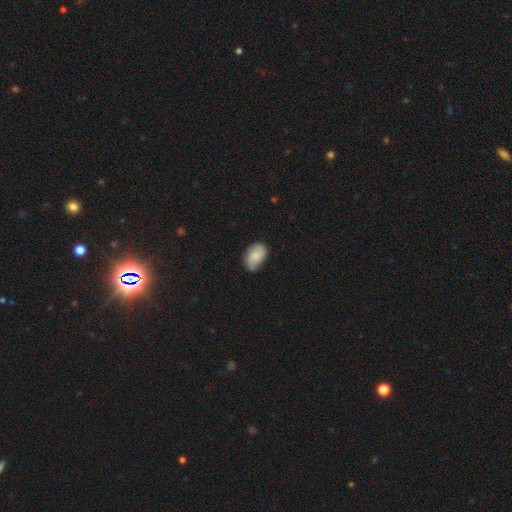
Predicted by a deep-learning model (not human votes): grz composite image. It shows a smooth galaxy with no disk features (77%) that is in between round and cigar-shaped (91%). Merging: none (60%).